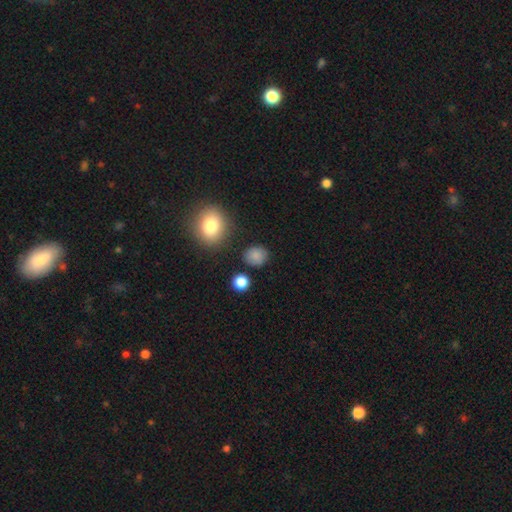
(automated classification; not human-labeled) A smooth galaxy with no disk features (84%) that is round (68%).

Vote fractions:
- Smooth or featured? smooth: 84% / star or artifact: 11% / featured or disk: 5%
- How rounded? round: 68% / in between: 30% / cigar-shaped: 1%
- Merging? none: 82% / minor disturbance: 12% / major disturbance: 3% / merger: 3%